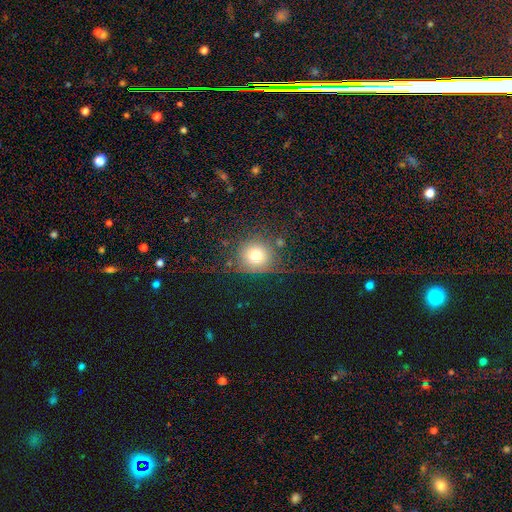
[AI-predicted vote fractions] A smooth galaxy with no disk features (73%) that is round (88%). Merging: none (68%).